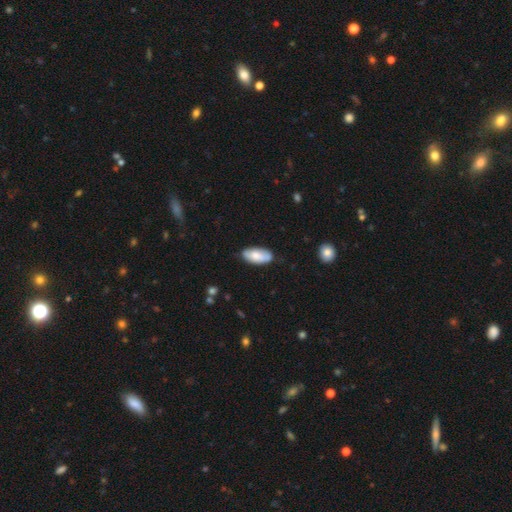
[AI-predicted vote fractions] The model was most divided on "smooth or featured": smooth: 73%, featured or disk: 21%, star or artifact: 6%. More confident: how rounded — in between (92%); merging — none (75%).